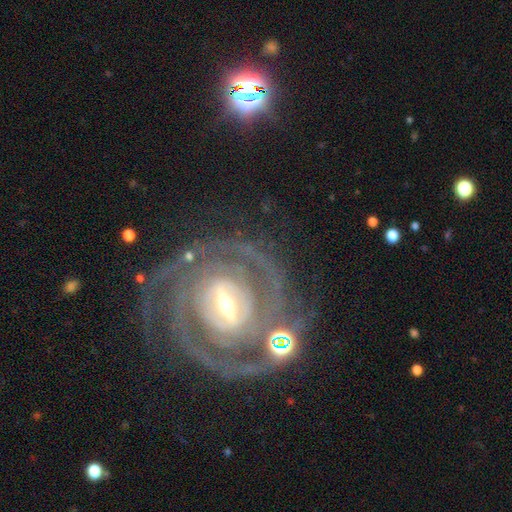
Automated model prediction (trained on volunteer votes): This is clearly a featured or disk galaxy (90%). It is clearly not viewed edge-on (97%). Bar: possibly strong (56%). Spiral arm pattern: clearly yes (97%). Spiral arm count: marginally 2 (40%). Spiral winding: likely tight (74%). Central bulge: possibly moderate (46%). Merging: likely none (70%).